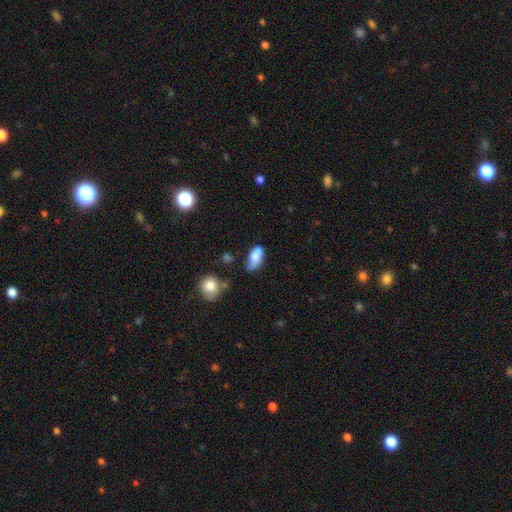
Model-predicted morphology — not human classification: Smooth or featured: smooth — 73% (featured or disk — 19%)
How rounded: in between — 87% (cigar-shaped — 9%)
Merging: none — 41% (minor disturbance — 36%)